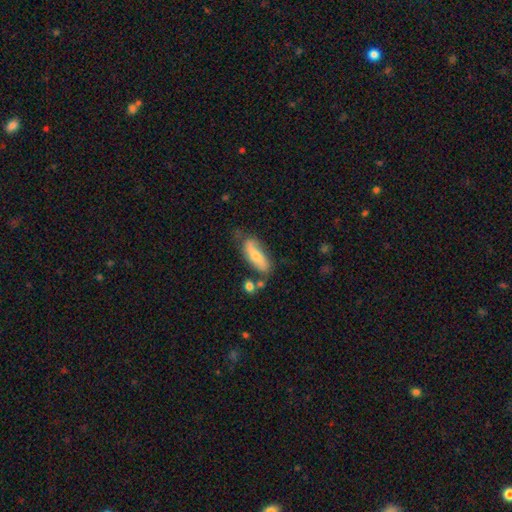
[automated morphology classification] A smooth galaxy with no disk features (61%) that is in between round and cigar-shaped (64%). Merging: none (52%).